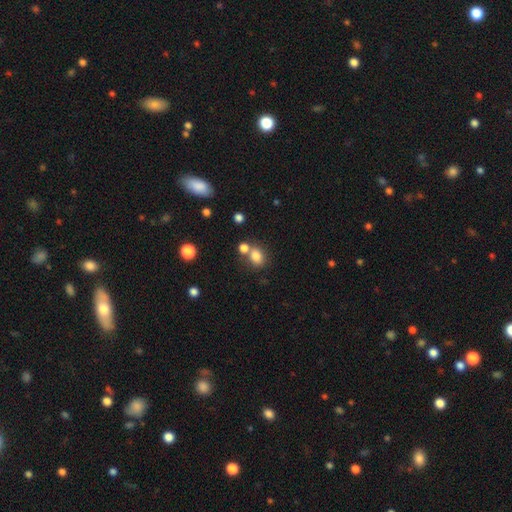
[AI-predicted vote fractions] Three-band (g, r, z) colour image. It shows a smooth galaxy with no disk features (80%) that is round (54%). Merging: none (55%).